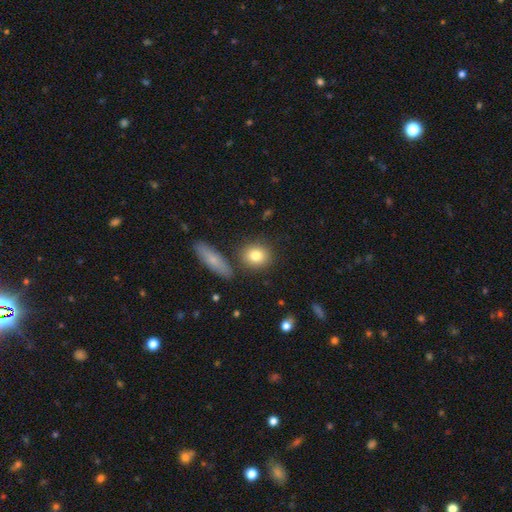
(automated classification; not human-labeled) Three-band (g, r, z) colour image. It shows a smooth galaxy with no disk features (81%) that is round (70%). Merging: none (80%).